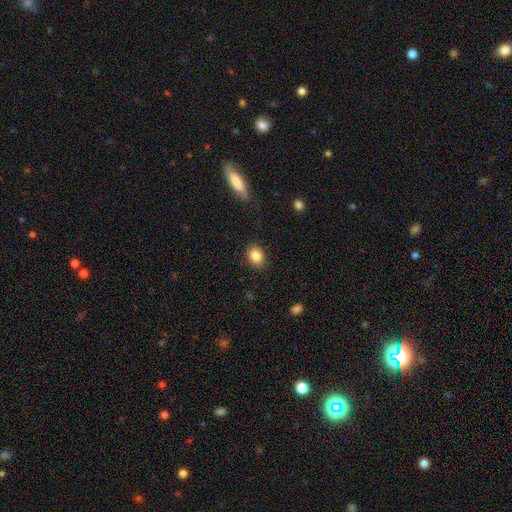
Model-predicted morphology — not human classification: The model was most divided on "how rounded": in between: 54%, round: 45%, cigar-shaped: 1%. More confident: merging — none (88%); smooth or featured — smooth (85%).